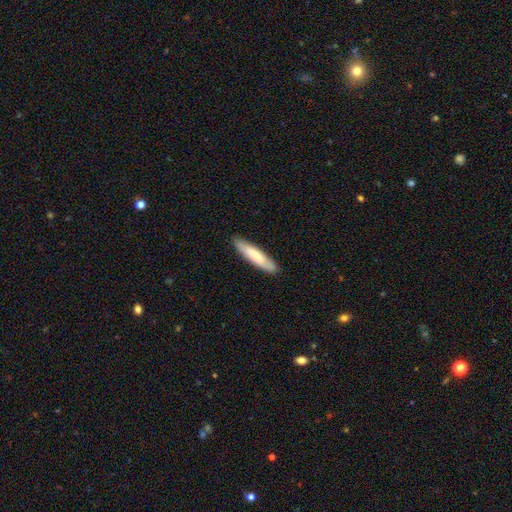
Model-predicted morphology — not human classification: Smooth or featured: smooth — 72% (featured or disk — 23%)
How rounded: cigar-shaped — 85% (in between — 14%)
Merging: none — 89% (minor disturbance — 9%)